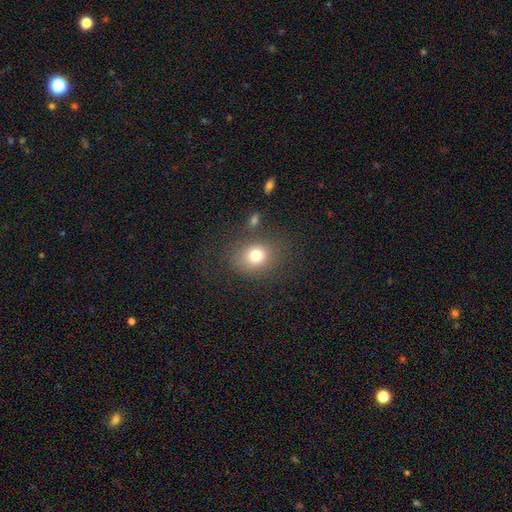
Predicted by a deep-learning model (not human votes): A smooth galaxy with no disk features (76%) that is round (62%). Merging: none (75%).